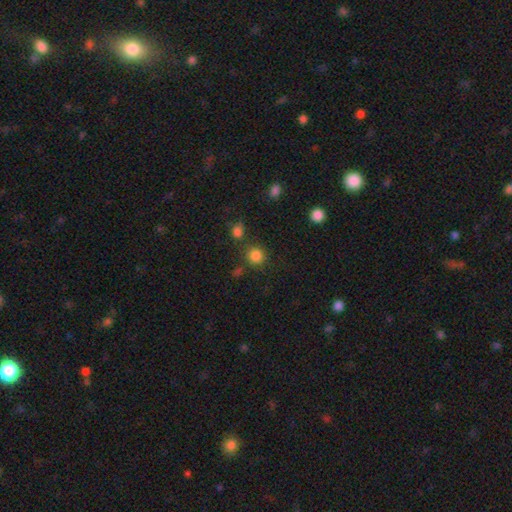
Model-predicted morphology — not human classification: The model was most divided on "merging": none: 77%, minor disturbance: 10%, merger: 9%, major disturbance: 4%. More confident: how rounded — round (90%); smooth or featured — smooth (82%).